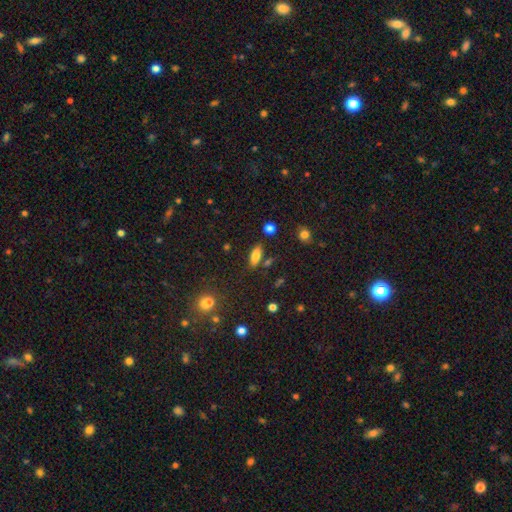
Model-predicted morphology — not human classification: Smooth or featured? Predicted: smooth (p=0.80). How rounded? Predicted: in between (p=0.75). Merging? Predicted: none (p=0.79).